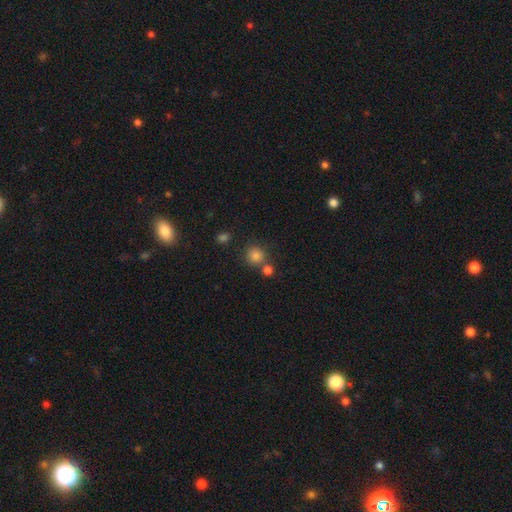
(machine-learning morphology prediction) Smooth or featured? smooth (83%)
How rounded? round (90%)
Merging? none (67%)